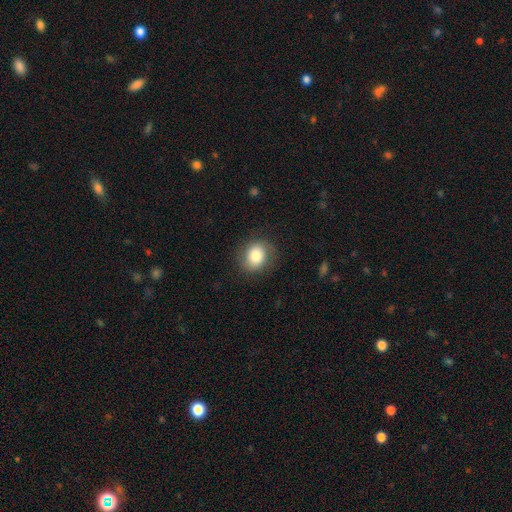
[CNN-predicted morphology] Smooth or featured? Predicted: smooth (p=0.77). How rounded? Predicted: round (p=0.62). Merging? Predicted: none (p=0.80).